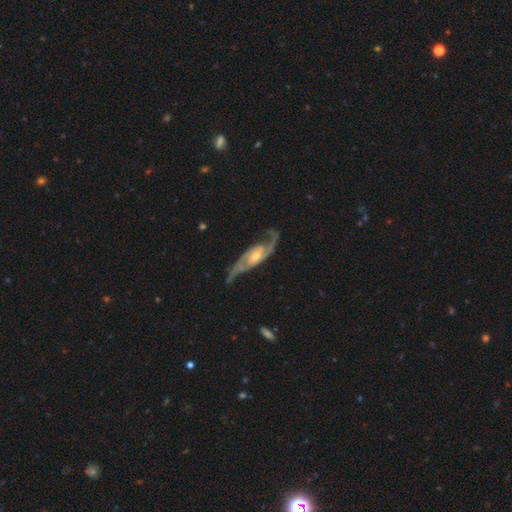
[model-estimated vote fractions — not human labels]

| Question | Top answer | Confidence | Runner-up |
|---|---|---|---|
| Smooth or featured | featured or disk | 91% | smooth (5%) |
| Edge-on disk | no | 91% | yes (9%) |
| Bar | weak | 42% | no (40%) |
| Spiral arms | yes | 97% | no (3%) |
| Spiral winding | medium | 52% | loose (27%) |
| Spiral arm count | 2 | 91% | can't tell (3%) |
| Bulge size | moderate | 51% | small (42%) |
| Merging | none | 72% | minor disturbance (17%) |